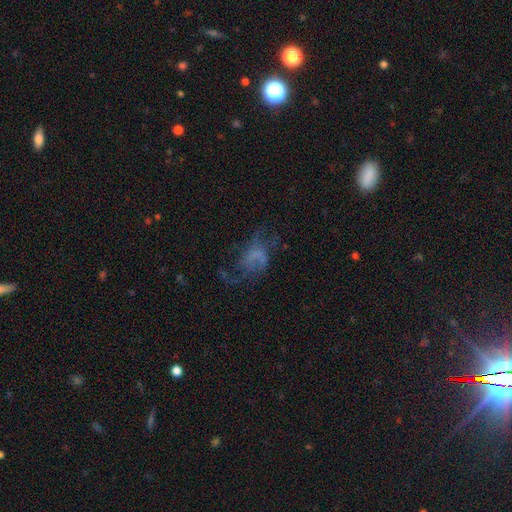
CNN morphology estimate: Smooth or featured? featured or disk (53%)
Edge-on disk? no (97%)
Bar? no (79%)
Spiral arms? no (55%)
Bulge size? none (78%)
Merging? major disturbance (45%)